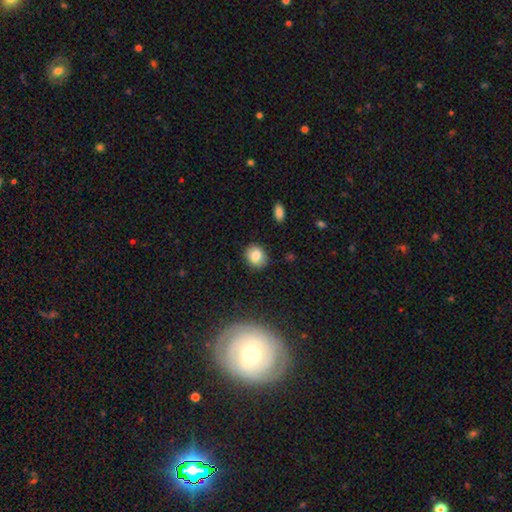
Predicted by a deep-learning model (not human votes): Overall: smooth (81%). How rounded: round (55%; in between 44%). Merging: none (84%).